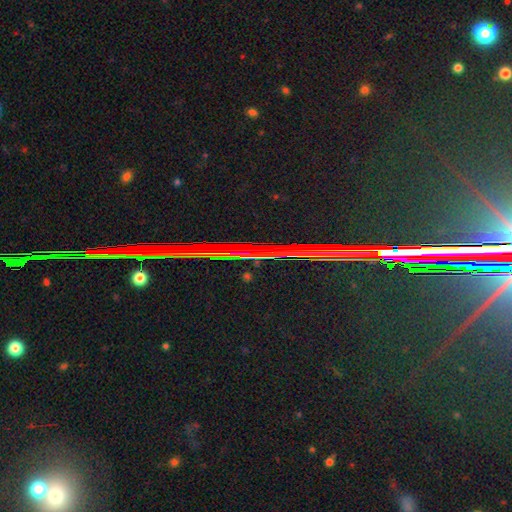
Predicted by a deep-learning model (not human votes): Smooth or featured? Predicted: star or artifact (p=0.85).